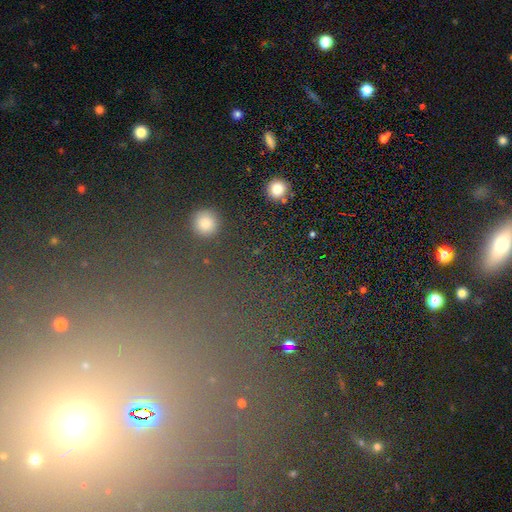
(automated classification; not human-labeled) Overall: star or artifact (50%; smooth 41%).